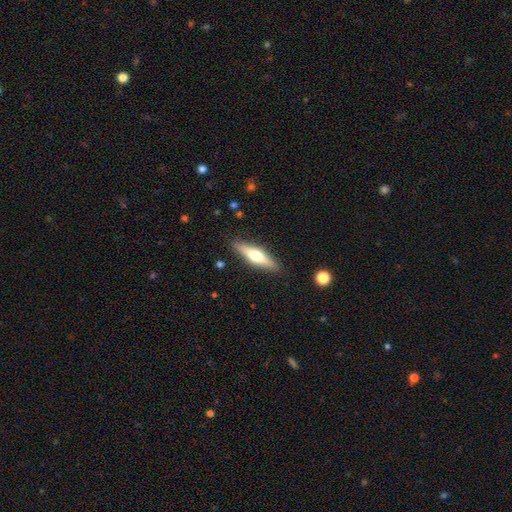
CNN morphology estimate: The model was most divided on "smooth or featured": featured or disk: 53%, smooth: 41%, star or artifact: 6%. More confident: edge-on disk — yes (93%); merging — none (88%).